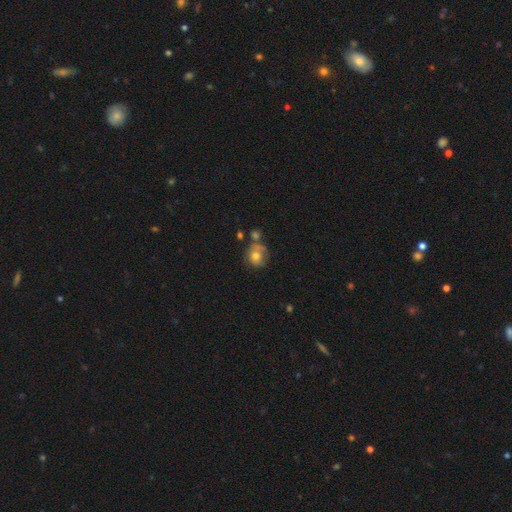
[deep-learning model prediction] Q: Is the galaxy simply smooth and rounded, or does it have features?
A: smooth — 63%.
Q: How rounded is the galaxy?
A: round — 77%.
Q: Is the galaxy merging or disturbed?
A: none — 47%.